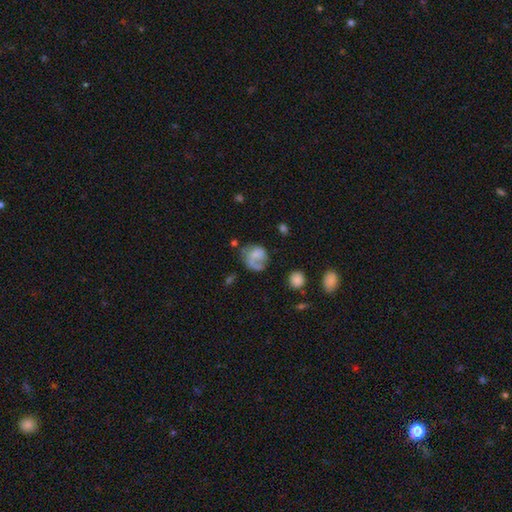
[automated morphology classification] type=smooth (53%); roundness=round (63%); merging=none (37%).